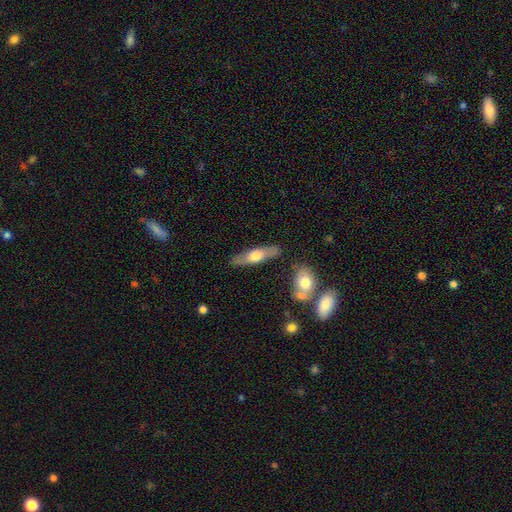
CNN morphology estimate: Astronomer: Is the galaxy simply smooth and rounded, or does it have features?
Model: smooth — 50% (runner-up: featured or disk, 45%).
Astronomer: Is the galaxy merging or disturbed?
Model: none — 82%.